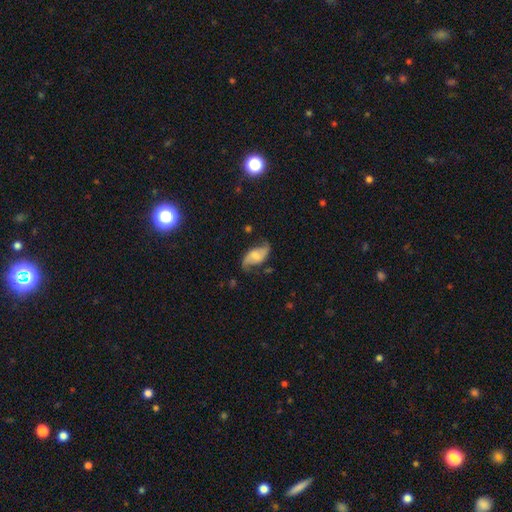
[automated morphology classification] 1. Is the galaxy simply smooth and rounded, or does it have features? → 74% featured or disk, 19% smooth, 7% star or artifact.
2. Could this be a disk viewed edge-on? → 96% no, 4% yes.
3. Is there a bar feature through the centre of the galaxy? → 43% no, 42% weak, 15% strong.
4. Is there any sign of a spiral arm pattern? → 94% yes, 6% no.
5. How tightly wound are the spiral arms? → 68% loose, 24% medium, 8% tight.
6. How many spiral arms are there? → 91% 2, 4% can't tell, 2% 1, 1% 3, 1% 4, 1% more than 4.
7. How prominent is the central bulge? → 36% small, 31% moderate, 22% none, 9% large, 2% dominant.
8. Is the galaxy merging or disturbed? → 69% none, 20% minor disturbance, 9% major disturbance, 2% merger.